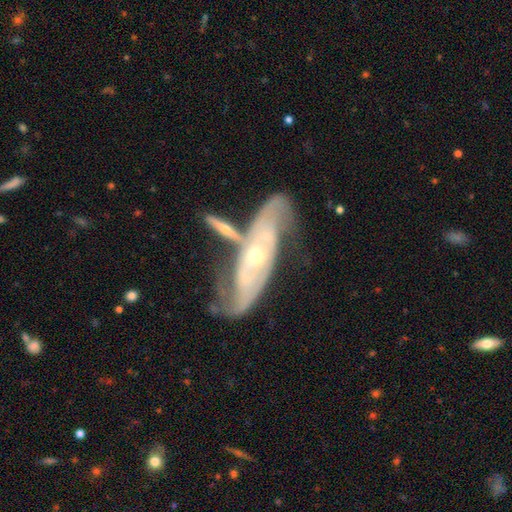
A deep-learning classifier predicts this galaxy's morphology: A featured or disk galaxy (85%) with no bar (60%), 2 (65%) tight (43%) spiral arms (93%) and a small central bulge (55%).

Vote fractions:
- Smooth or featured? featured or disk: 85% / smooth: 9% / star or artifact: 6%
- Edge-on disk? no: 86% / yes: 14%
- Bar? no: 60% / weak: 27% / strong: 12%
- Spiral arms? yes: 93% / no: 7%
- Spiral winding? tight: 43% / medium: 39% / loose: 18%
- Spiral arm count? 2: 65% / can't tell: 22% / 3: 6% / 1: 3% / 4: 2% / more than 4: 2%
- Bulge size? small: 55% / moderate: 40% / large: 2% / none: 1% / dominant: 1%
- Merging? none: 42% / merger: 29% / minor disturbance: 17% / major disturbance: 11%